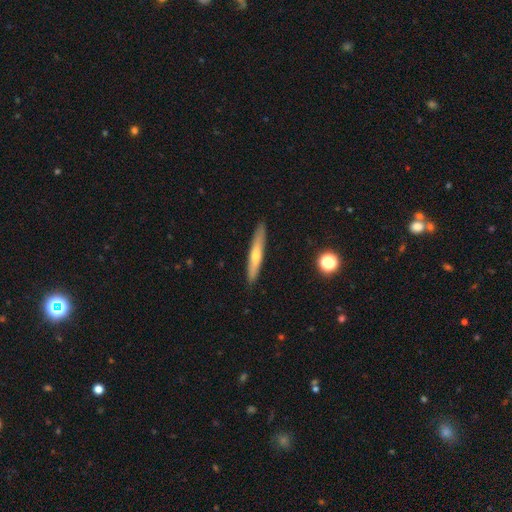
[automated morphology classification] A smooth galaxy with no disk features (50%). Merging: none (90%).